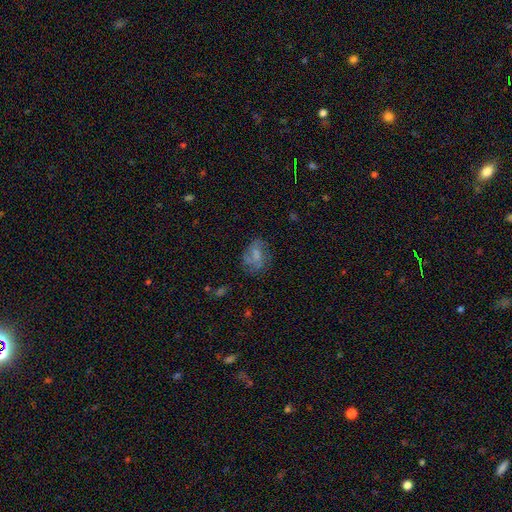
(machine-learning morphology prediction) Smooth or featured?
  - smooth: 48% *
  - featured or disk: 41%
  - star or artifact: 11%
Merging?
  - none: 56% *
  - minor disturbance: 23%
  - major disturbance: 18%
  - merger: 3%